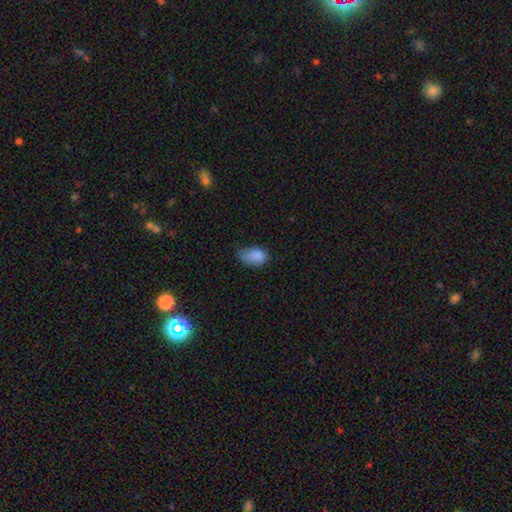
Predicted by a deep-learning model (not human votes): smooth 83%, star or artifact 9%, featured or disk 8%. Down the decision tree: how rounded — in between (88%); merging — minor disturbance (44%).